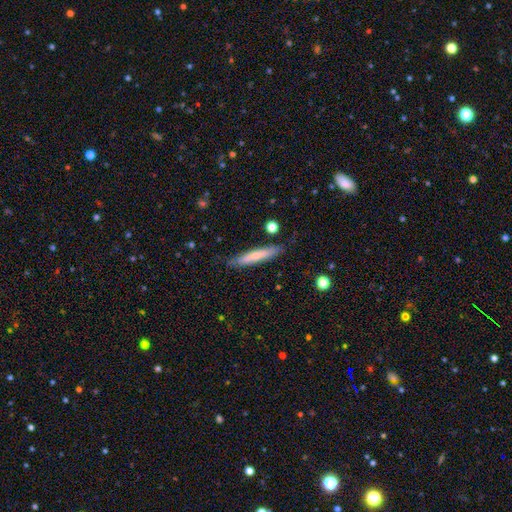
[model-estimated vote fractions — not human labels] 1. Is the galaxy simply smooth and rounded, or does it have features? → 64% smooth, 30% featured or disk, 6% star or artifact.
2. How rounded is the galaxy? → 92% cigar-shaped, 7% in between, 1% round.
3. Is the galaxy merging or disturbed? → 83% none, 12% minor disturbance, 2% major disturbance, 2% merger.